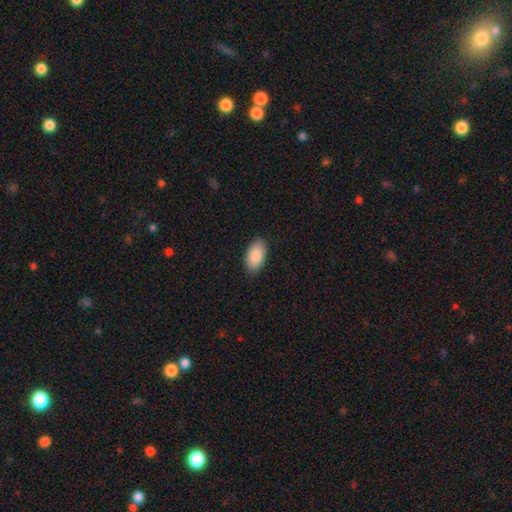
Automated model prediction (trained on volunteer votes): Overall: smooth (89%). How rounded: in between (95%). Merging: none (87%).